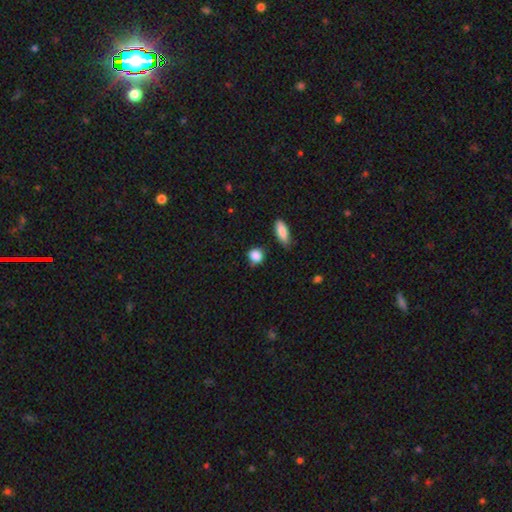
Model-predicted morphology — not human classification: smooth-or-featured: smooth: 87% | star or artifact: 9% | featured or disk: 4%
  how-rounded: round: 77% | in between: 21% | cigar-shaped: 3%
  merging: none: 74% | minor disturbance: 18% | merger: 4% | major disturbance: 4%